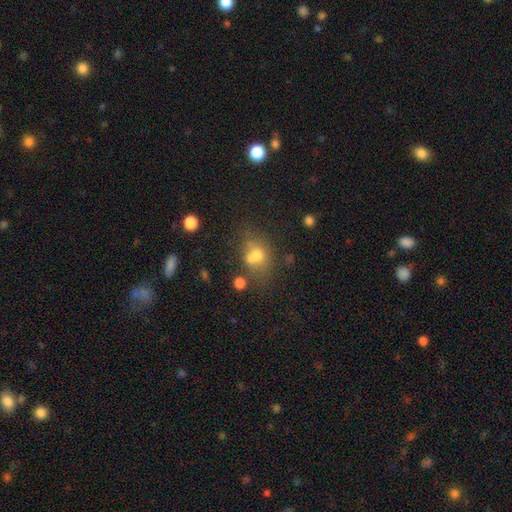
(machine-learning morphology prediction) The model was most divided on "merging": none: 43%, merger: 35%, minor disturbance: 14%, major disturbance: 8%. More confident: smooth or featured — smooth (65%); how rounded — round (54%).